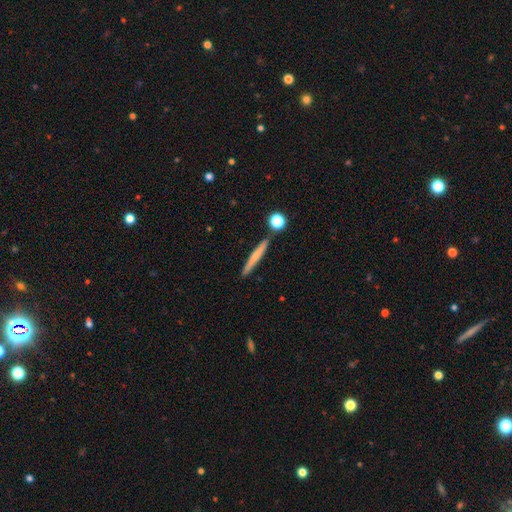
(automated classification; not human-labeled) Smooth or featured? smooth (60%)
How rounded? cigar-shaped (94%)
Merging? none (85%)